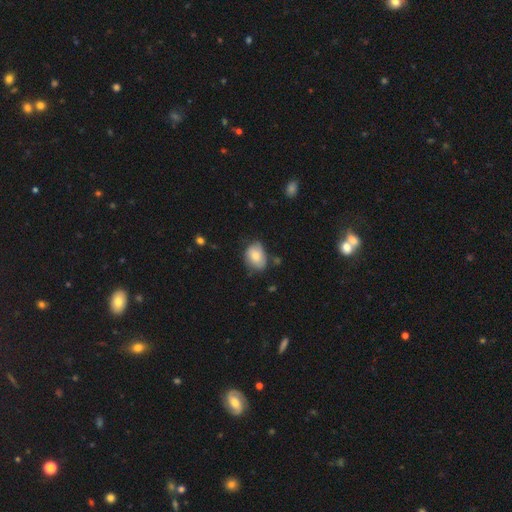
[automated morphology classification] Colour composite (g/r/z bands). It shows a smooth galaxy with no disk features (75%) that is in between round and cigar-shaped (70%). Merging: none (59%).